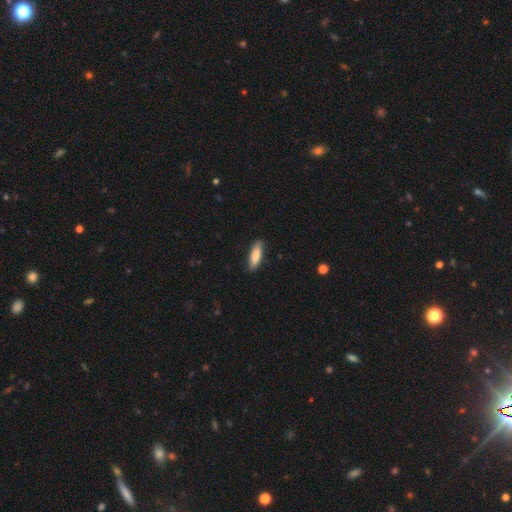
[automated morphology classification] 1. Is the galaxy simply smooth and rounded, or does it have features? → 82% smooth, 13% featured or disk, 6% star or artifact.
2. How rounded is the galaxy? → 51% in between, 47% cigar-shaped, 2% round.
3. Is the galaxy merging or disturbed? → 80% none, 16% minor disturbance, 3% major disturbance, 1% merger.